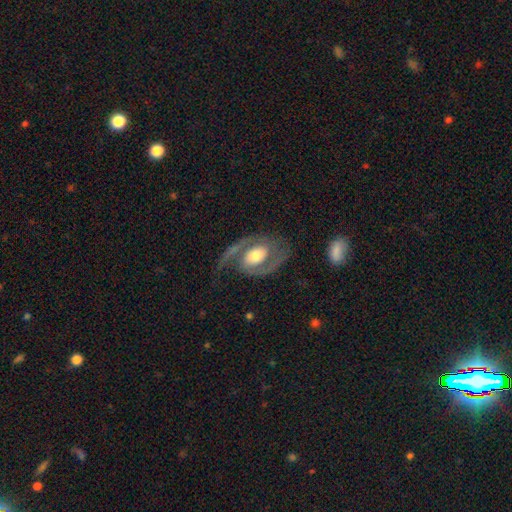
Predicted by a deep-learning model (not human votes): smooth_or_featured: featured or disk (p=0.88) [alt: smooth p=0.08]
disk_edge_on: no (p=0.97) [alt: yes p=0.03]
bar: no (p=0.49) [alt: weak p=0.34]
has_spiral_arms: yes (p=0.95) [alt: no p=0.05]
spiral_winding: medium (p=0.52) [alt: tight p=0.28]
spiral_arm_count: 2 (p=0.89) [alt: 1 p=0.05]
bulge_size: moderate (p=0.63) [alt: large p=0.23]
merging: none (p=0.68) [alt: minor disturbance p=0.17]